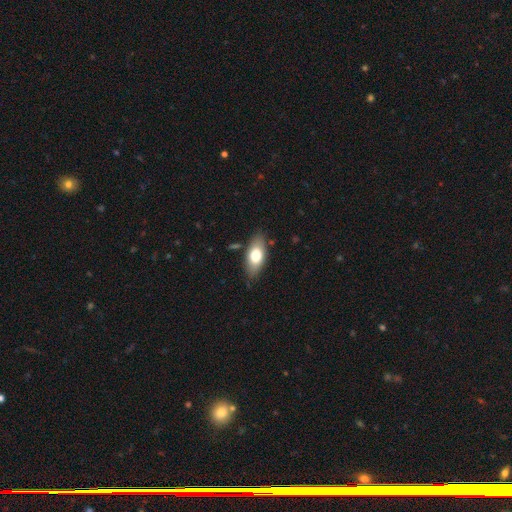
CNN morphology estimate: This appears to be a smooth galaxy with no disk features (71%) that is in between round and cigar-shaped (87%). Merging: none (82%).